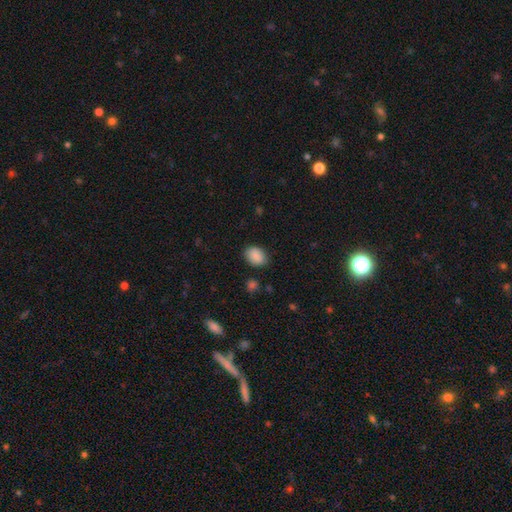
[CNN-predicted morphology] Smooth or featured? Predicted: smooth (p=0.88). How rounded? Predicted: in between (p=0.71). Merging? Predicted: none (p=0.84).